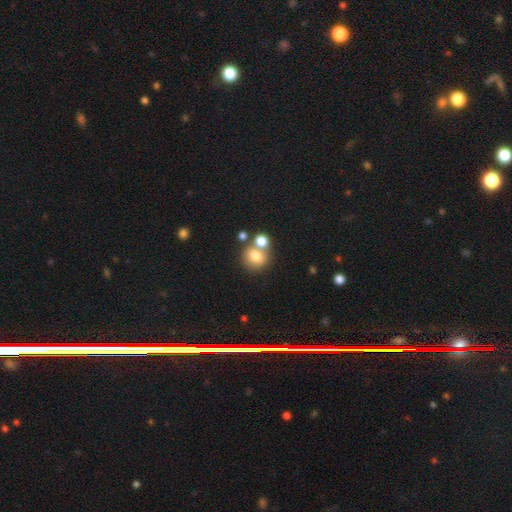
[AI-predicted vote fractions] Smooth or featured: smooth — 75% (featured or disk — 13%)
How rounded: round — 73% (in between — 26%)
Merging: none — 52% (merger — 35%)